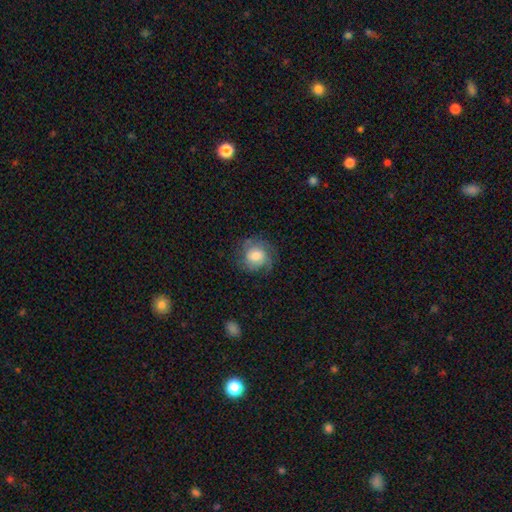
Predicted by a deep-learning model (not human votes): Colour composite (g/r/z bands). It shows a featured or disk galaxy (49%). Merging: none (71%).